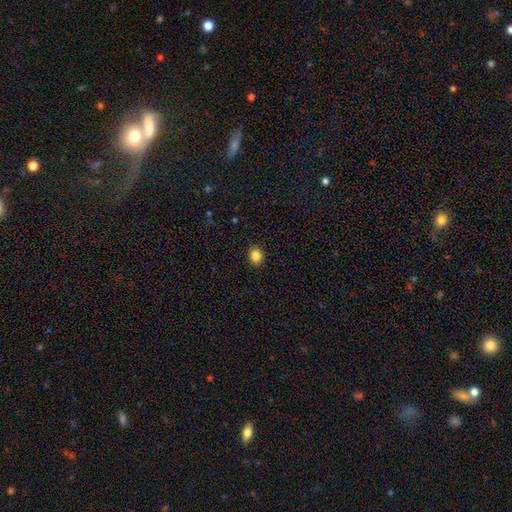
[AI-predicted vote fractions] Overall: smooth (85%). How rounded: round (74%). Merging: none (91%).